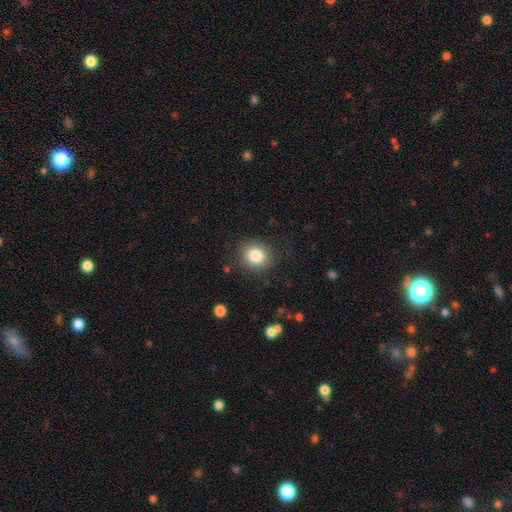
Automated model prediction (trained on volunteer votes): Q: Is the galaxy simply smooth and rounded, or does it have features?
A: smooth — 84%.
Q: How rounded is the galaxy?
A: round — 80%.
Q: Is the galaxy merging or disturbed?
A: none — 85%.